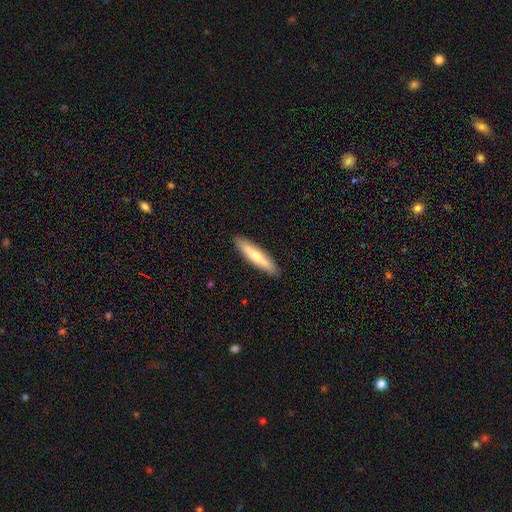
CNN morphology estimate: Overall: smooth (59%; featured or disk 36%). How rounded: cigar-shaped (82%). Merging: none (91%).